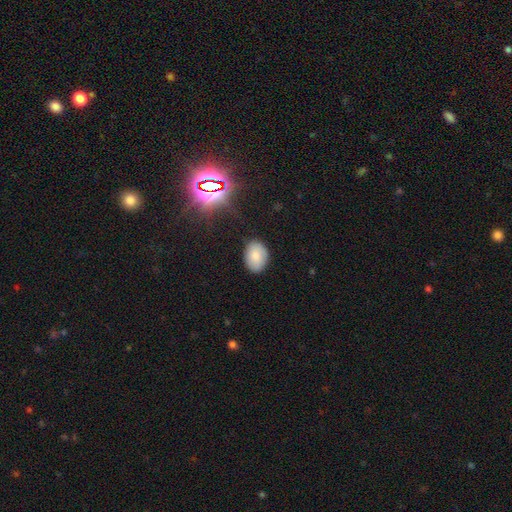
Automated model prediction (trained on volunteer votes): Overall: smooth (82%). How rounded: in between (77%). Merging: none (84%).